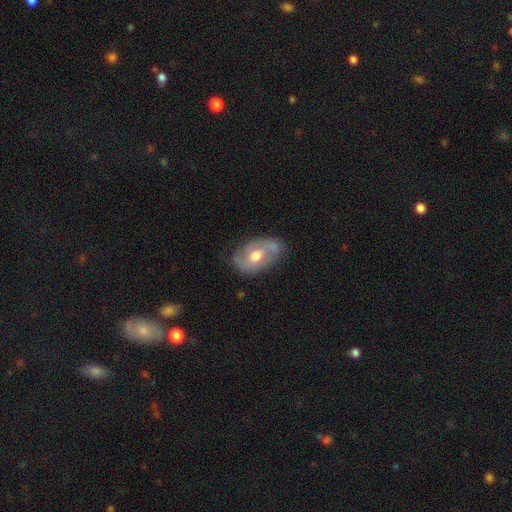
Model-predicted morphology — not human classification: smooth_or_featured: featured or disk (p=0.67) [alt: smooth p=0.27]
disk_edge_on: no (p=0.94) [alt: yes p=0.06]
bar: no (p=0.62) [alt: weak p=0.32]
has_spiral_arms: yes (p=0.73) [alt: no p=0.27]
bulge_size: moderate (p=0.74) [alt: large p=0.15]
merging: none (p=0.65) [alt: minor disturbance p=0.25]